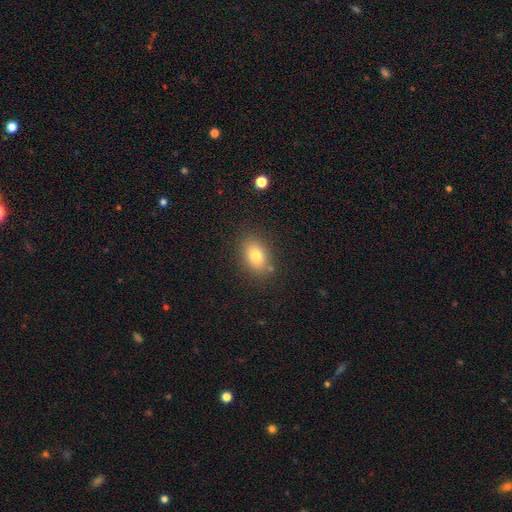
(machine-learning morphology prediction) Overall: smooth (77%). How rounded: in between (78%). Merging: none (82%).